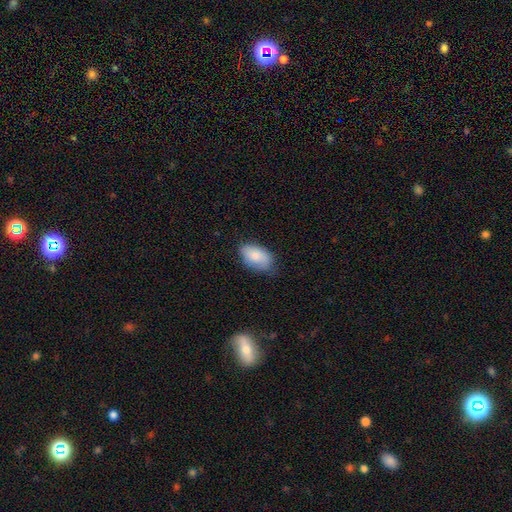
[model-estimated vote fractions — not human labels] This is clearly a smooth galaxy (82%). How rounded: clearly in between (92%). Merging: likely none (68%).